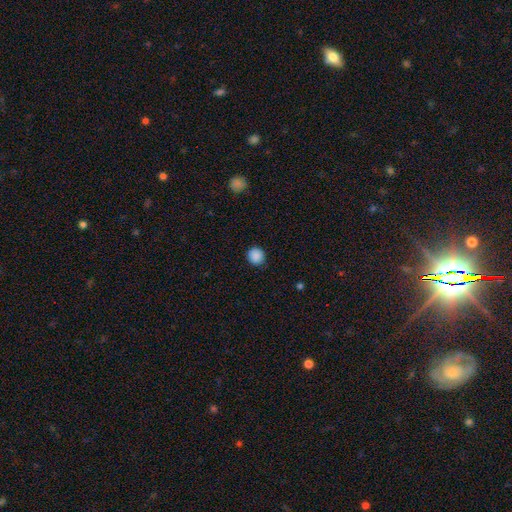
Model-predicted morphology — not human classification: Overall: smooth (88%). How rounded: round (88%). Merging: none (90%).